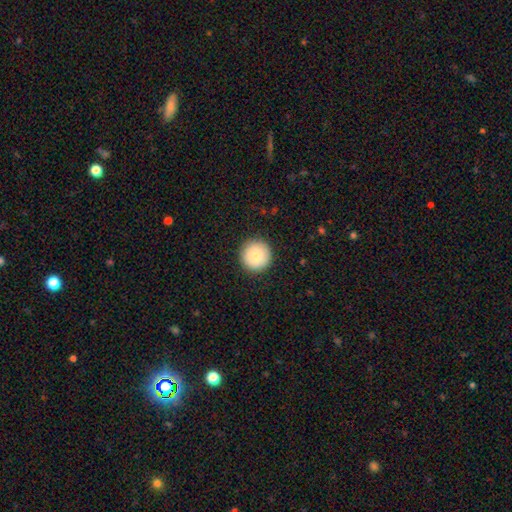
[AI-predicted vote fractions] smooth_or_featured: smooth (p=0.85) [alt: star or artifact p=0.08]
how_rounded: round (p=0.96) [alt: in between p=0.03]
merging: none (p=0.92) [alt: minor disturbance p=0.06]